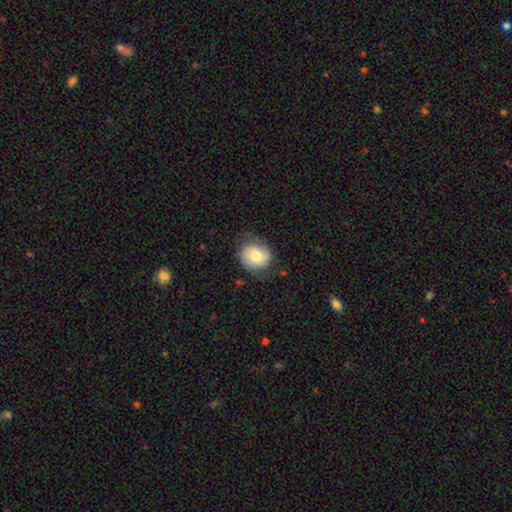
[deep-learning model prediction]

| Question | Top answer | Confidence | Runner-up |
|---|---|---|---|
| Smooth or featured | smooth | 71% | featured or disk (22%) |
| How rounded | round | 72% | in between (27%) |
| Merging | none | 68% | minor disturbance (23%) |